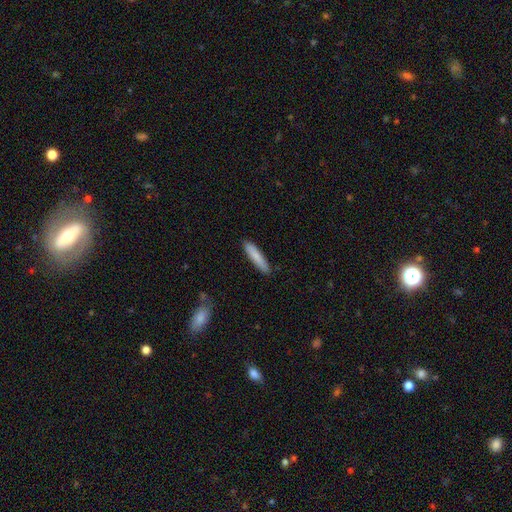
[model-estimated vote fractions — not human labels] Smooth or featured: smooth — 80% (featured or disk — 14%)
How rounded: cigar-shaped — 86% (in between — 13%)
Merging: none — 88% (minor disturbance — 9%)